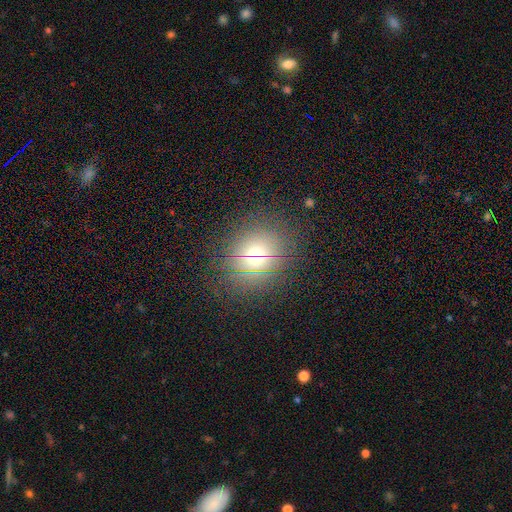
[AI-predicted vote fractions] smooth_or_featured: smooth (p=0.64) [alt: star or artifact p=0.22]
how_rounded: round (p=0.76) [alt: in between p=0.23]
merging: none (p=0.84) [alt: minor disturbance p=0.10]